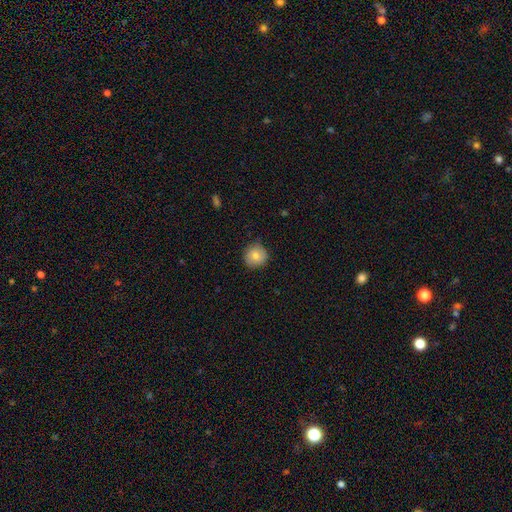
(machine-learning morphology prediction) A smooth galaxy with no disk features (77%) that is round (91%).

Vote fractions:
- Smooth or featured? smooth: 77% / featured or disk: 15% / star or artifact: 8%
- How rounded? round: 91% / in between: 8% / cigar-shaped: 1%
- Merging? none: 84% / minor disturbance: 13% / major disturbance: 2% / merger: 1%